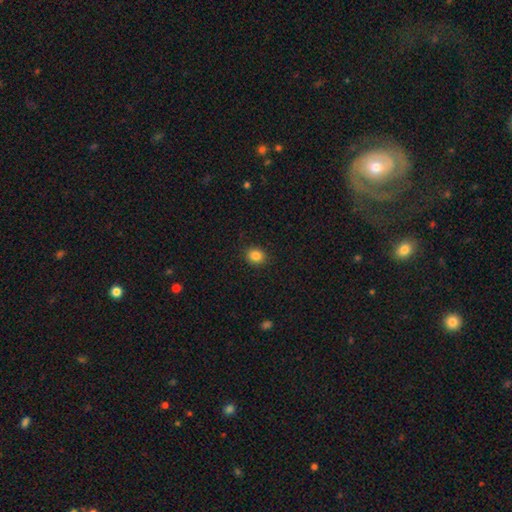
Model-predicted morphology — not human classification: smooth 85%, star or artifact 10%, featured or disk 4%. Down the decision tree: how rounded — round (74%); merging — none (90%).